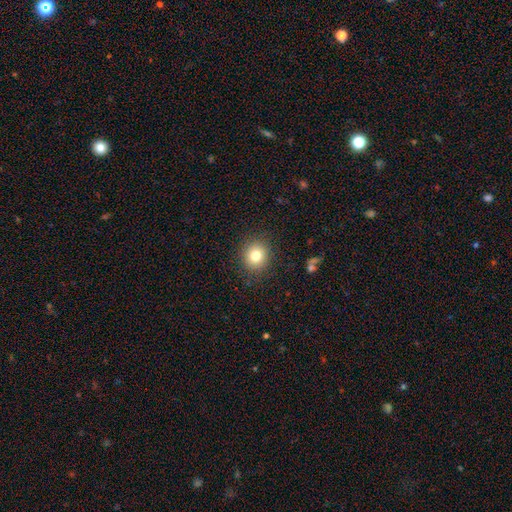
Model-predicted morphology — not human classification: smooth-or-featured: smooth: 80% | star or artifact: 11% | featured or disk: 9%
  how-rounded: round: 83% | in between: 16% | cigar-shaped: 1%
  merging: none: 89% | minor disturbance: 7% | major disturbance: 3% | merger: 1%